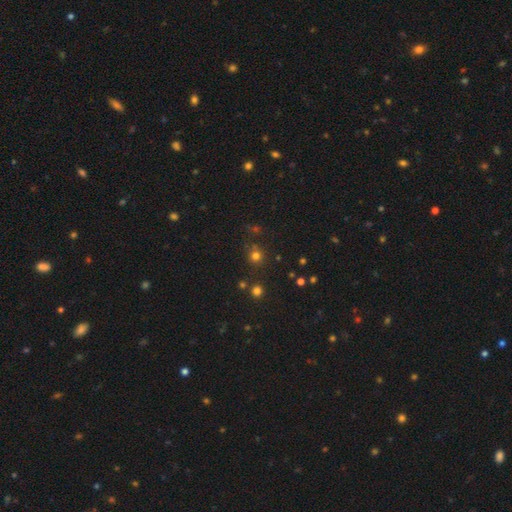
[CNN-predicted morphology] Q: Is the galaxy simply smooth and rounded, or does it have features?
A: smooth — 69%.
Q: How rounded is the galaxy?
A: round — 90%.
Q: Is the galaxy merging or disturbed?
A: none — 76%.